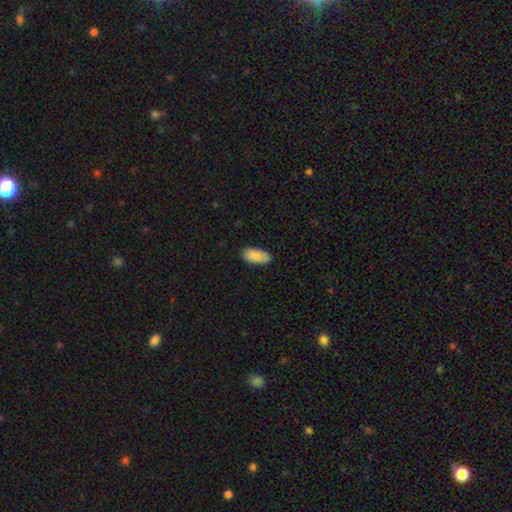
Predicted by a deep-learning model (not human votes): Smooth or featured?
  - smooth: 86% *
  - featured or disk: 8%
  - star or artifact: 6%
How rounded?
  - in between: 93% *
  - cigar-shaped: 4%
  - round: 2%
Merging?
  - none: 87% *
  - minor disturbance: 11%
  - major disturbance: 2%
  - merger: 1%